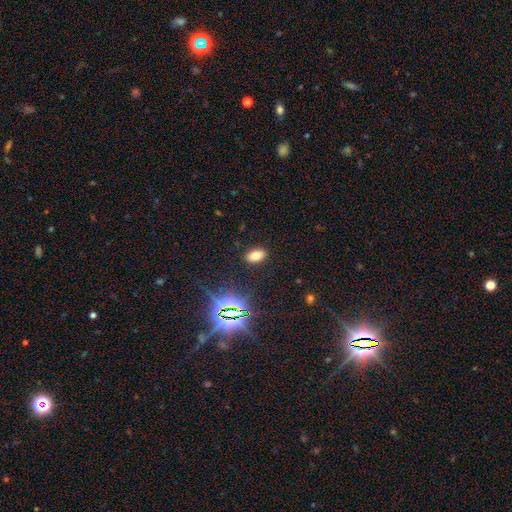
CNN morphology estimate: Smooth or featured?
  - smooth: 70% *
  - star or artifact: 19%
  - featured or disk: 11%
How rounded?
  - in between: 90% *
  - round: 8%
  - cigar-shaped: 2%
Merging?
  - none: 89% *
  - minor disturbance: 8%
  - major disturbance: 2%
  - merger: 1%